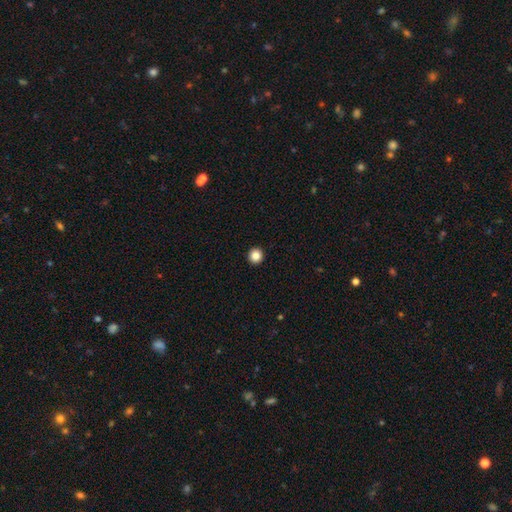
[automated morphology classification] smooth 86%, star or artifact 11%, featured or disk 4%. Down the decision tree: how rounded — round (95%); merging — none (94%).